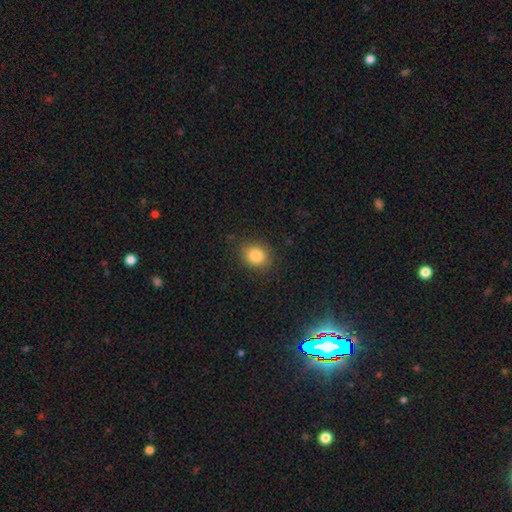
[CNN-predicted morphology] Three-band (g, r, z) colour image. It shows a smooth galaxy with no disk features (84%) that is round (63%). Merging: none (87%).